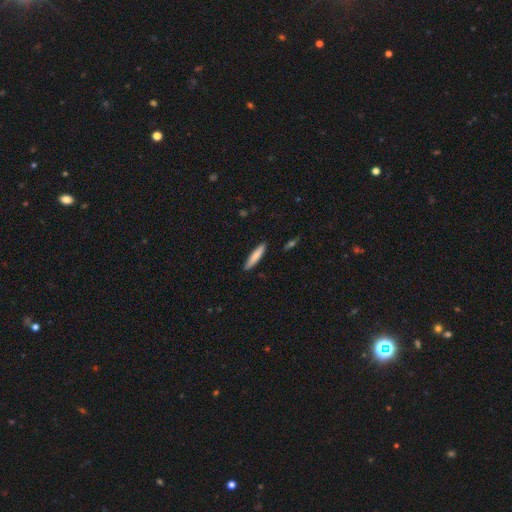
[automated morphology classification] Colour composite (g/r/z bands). It shows a smooth galaxy with no disk features (78%) that is cigar-shaped (87%). Merging: none (90%).